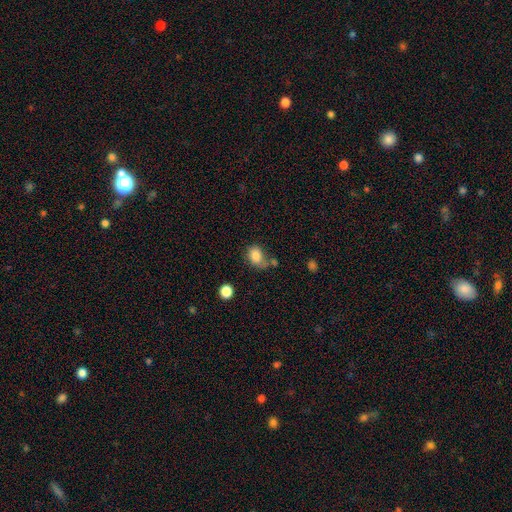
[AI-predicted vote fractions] A smooth galaxy with no disk features (83%) that is in between round and cigar-shaped (66%).

Vote fractions:
- Smooth or featured? smooth: 83% / star or artifact: 9% / featured or disk: 7%
- How rounded? in between: 66% / round: 33% / cigar-shaped: 1%
- Merging? none: 50% / minor disturbance: 22% / merger: 18% / major disturbance: 10%